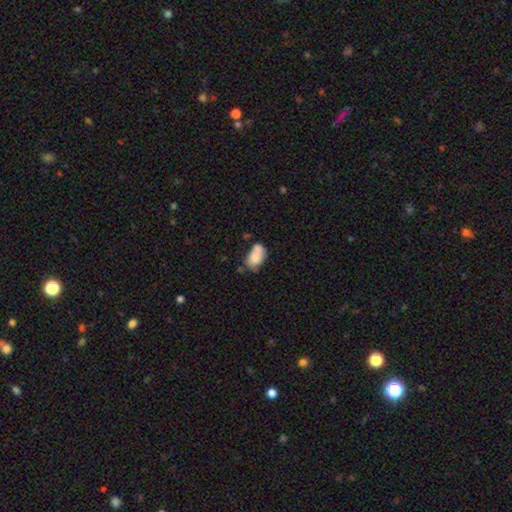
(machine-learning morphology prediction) This is likely a smooth galaxy (72%). How rounded: clearly in between (87%). Merging: marginally none (34%).